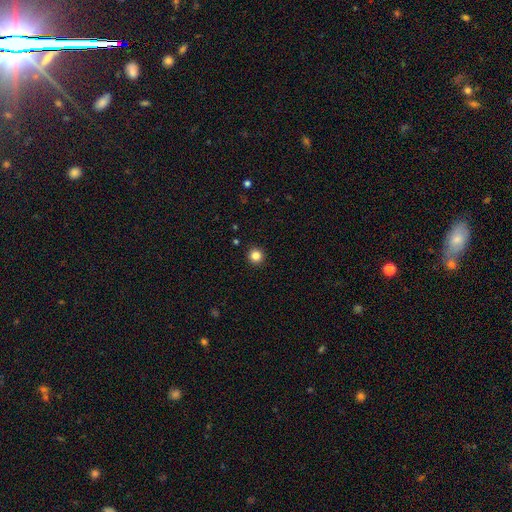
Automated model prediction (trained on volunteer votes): A smooth galaxy with no disk features (84%) that is round (95%). Merging: none (93%).